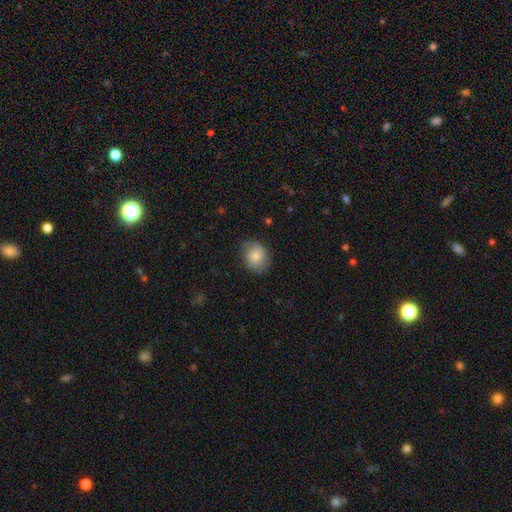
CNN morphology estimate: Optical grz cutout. It shows a smooth galaxy with no disk features (76%) that is round (67%). Merging: none (69%).